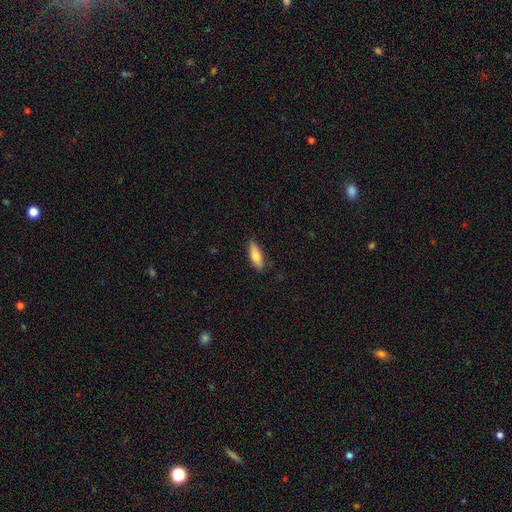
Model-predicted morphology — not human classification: This is likely a smooth galaxy (77%). How rounded: possibly in between (58%). Merging: clearly none (84%).